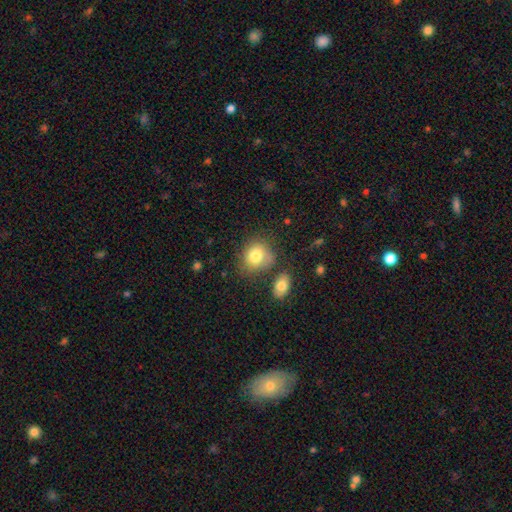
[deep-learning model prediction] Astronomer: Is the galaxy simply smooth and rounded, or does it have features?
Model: smooth — 80%.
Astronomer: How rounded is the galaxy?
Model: round — 65%.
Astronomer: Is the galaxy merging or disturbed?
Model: none — 64%.